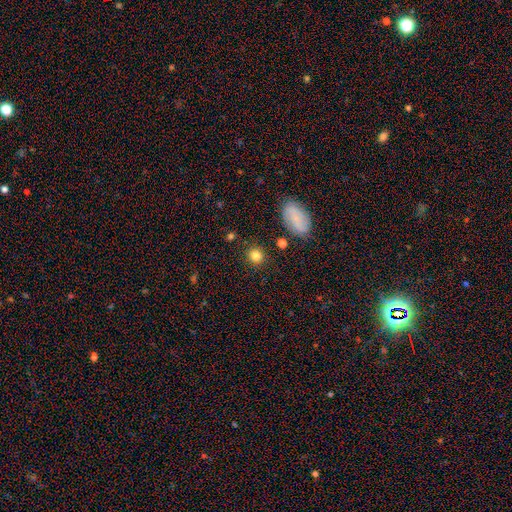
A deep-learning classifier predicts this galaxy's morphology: Overall: smooth (81%). How rounded: round (86%). Merging: none (87%).